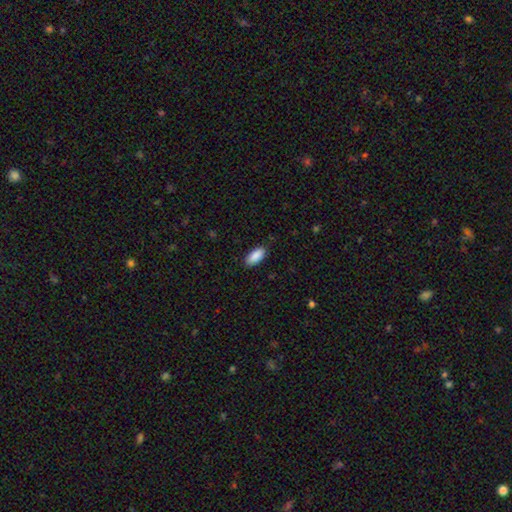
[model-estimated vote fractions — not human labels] Smooth or featured? smooth (90%)
How rounded? in between (90%)
Merging? none (88%)